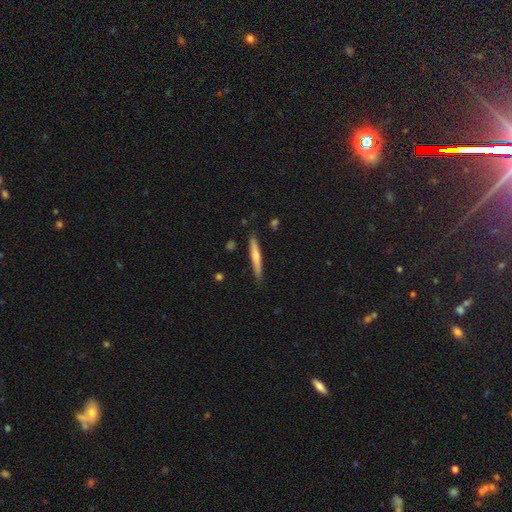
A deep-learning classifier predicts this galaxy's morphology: A smooth galaxy with no disk features (55%) that is cigar-shaped (95%).

Vote fractions:
- Smooth or featured? smooth: 55% / featured or disk: 40% / star or artifact: 6%
- How rounded? cigar-shaped: 95% / in between: 4% / round: 1%
- Merging? none: 84% / minor disturbance: 12% / major disturbance: 2% / merger: 2%